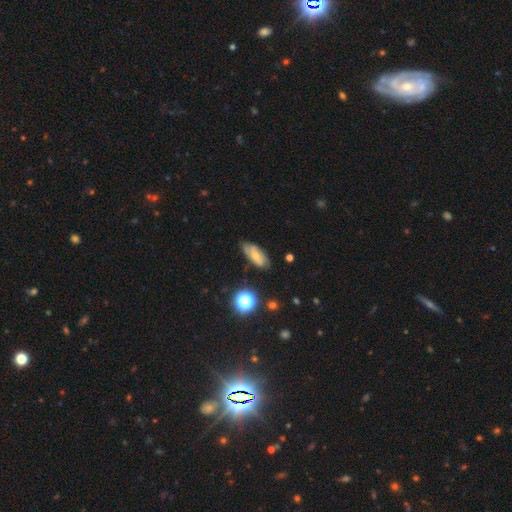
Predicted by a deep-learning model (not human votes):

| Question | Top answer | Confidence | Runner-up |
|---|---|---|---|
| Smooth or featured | smooth | 45% | tied: featured or disk (45%) |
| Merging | none | 71% | minor disturbance (22%) |